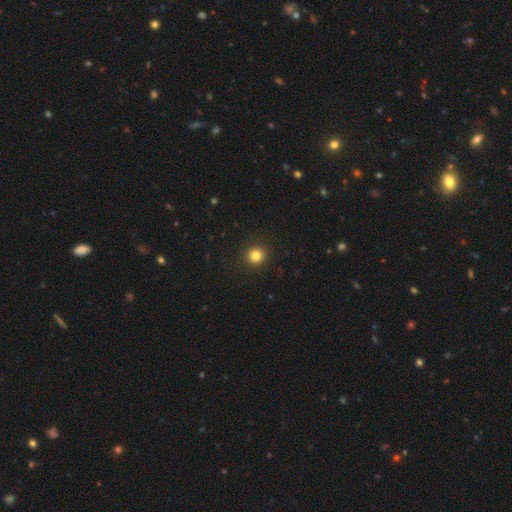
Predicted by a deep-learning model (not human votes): smooth 82%, star or artifact 13%, featured or disk 5%. Down the decision tree: how rounded — round (94%); merging — none (93%).